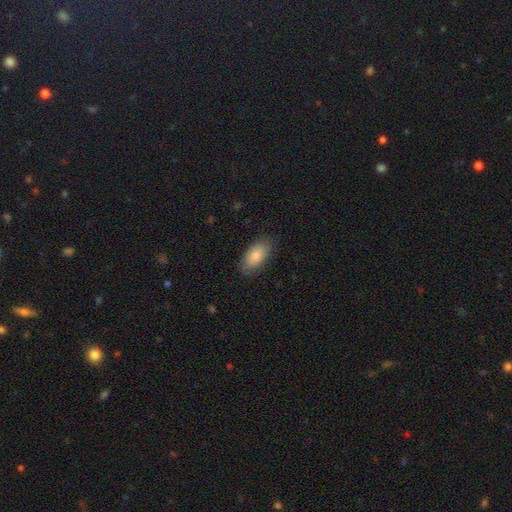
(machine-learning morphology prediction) type=smooth (83%); roundness=in between (93%); merging=none (81%).